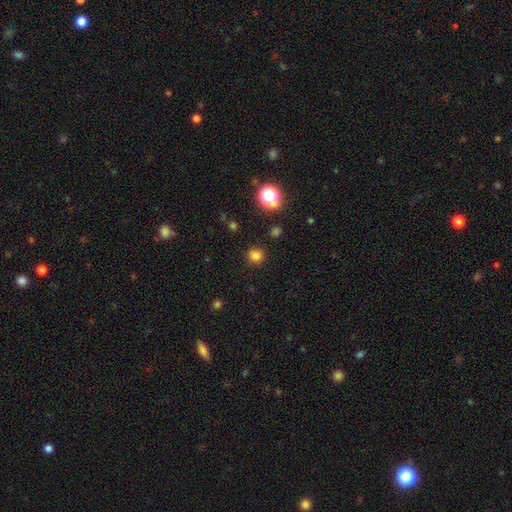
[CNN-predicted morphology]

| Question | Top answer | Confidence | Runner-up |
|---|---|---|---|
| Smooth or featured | smooth | 79% | star or artifact (16%) |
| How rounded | round | 88% | in between (11%) |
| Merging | none | 88% | minor disturbance (7%) |